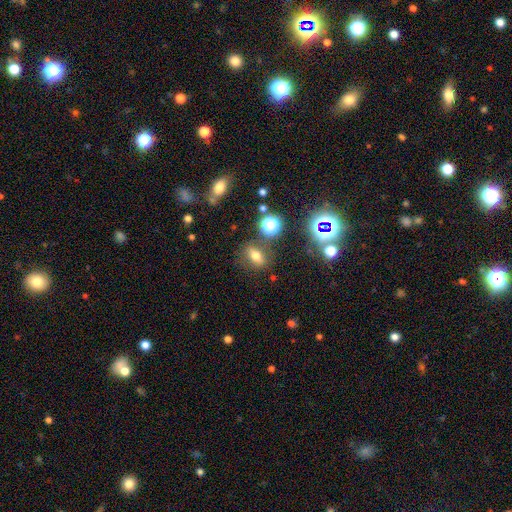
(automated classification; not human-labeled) smooth 63%, star or artifact 22%, featured or disk 15%. Down the decision tree: how rounded — in between (68%); merging — none (77%).